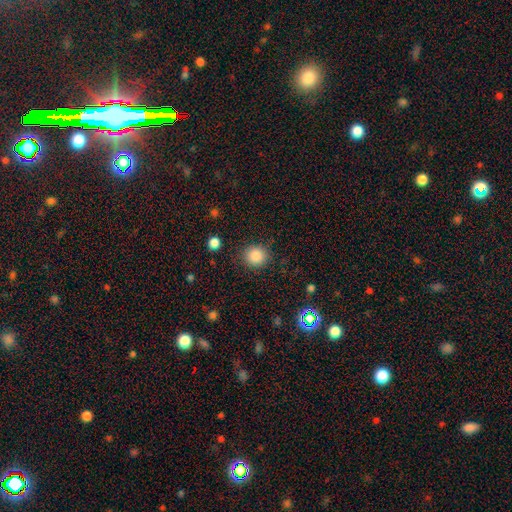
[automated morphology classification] type=smooth (86%); roundness=round (87%); merging=none (87%).